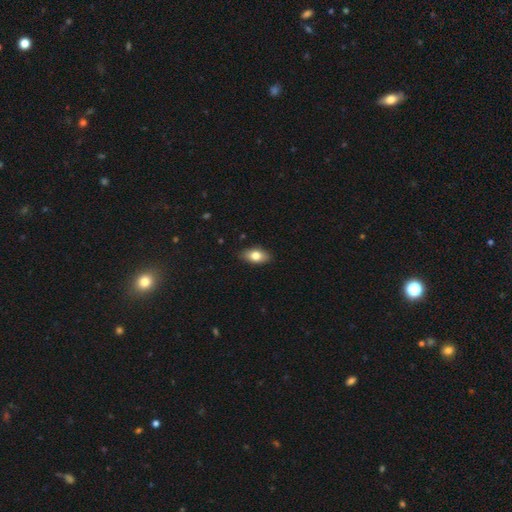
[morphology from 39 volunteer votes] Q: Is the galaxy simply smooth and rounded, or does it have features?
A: smooth — 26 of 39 (67%).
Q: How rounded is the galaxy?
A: in between — 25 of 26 (96%).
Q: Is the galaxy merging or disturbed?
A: none — 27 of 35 (77%).